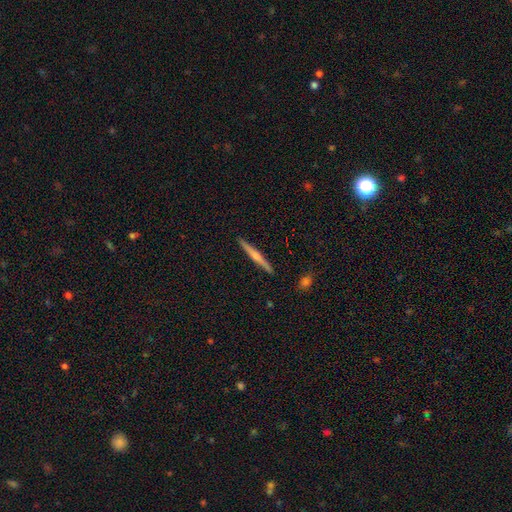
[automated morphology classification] A featured or disk galaxy (56%) viewed edge-on (98%) with a rounded central bulge (61%). Merging: none (92%).